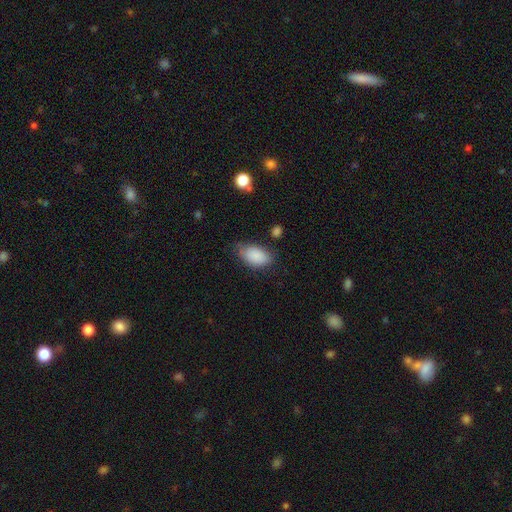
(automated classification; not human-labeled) Smooth or featured? Predicted: smooth (p=0.88). How rounded? Predicted: in between (p=0.93). Merging? Predicted: none (p=0.65).